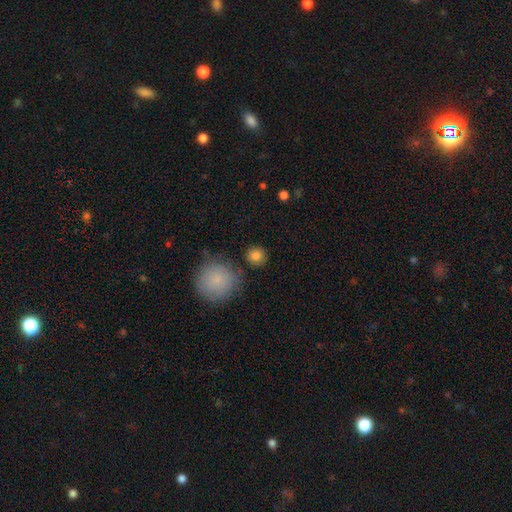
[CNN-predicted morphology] Overall: smooth (84%). How rounded: round (91%). Merging: none (84%).